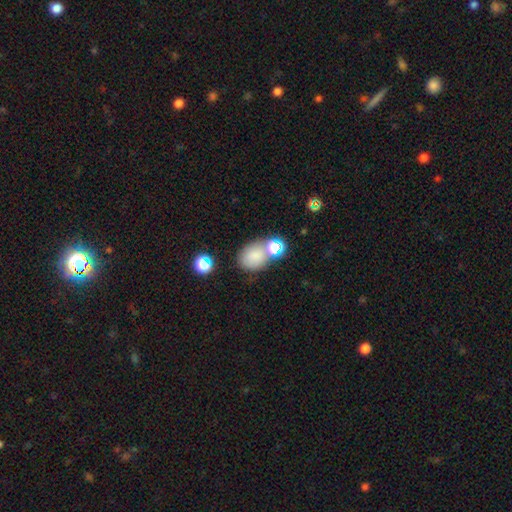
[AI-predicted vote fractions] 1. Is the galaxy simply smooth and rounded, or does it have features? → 75% smooth, 15% star or artifact, 9% featured or disk.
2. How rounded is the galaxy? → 58% in between, 41% round, 1% cigar-shaped.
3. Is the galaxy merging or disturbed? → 59% none, 20% merger, 15% minor disturbance, 6% major disturbance.